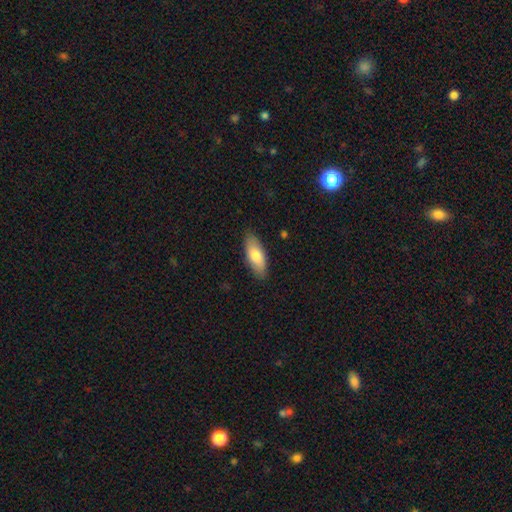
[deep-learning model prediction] smooth_or_featured: smooth (p=0.76) [alt: featured or disk p=0.18]
how_rounded: in between (p=0.79) [alt: cigar-shaped p=0.19]
merging: none (p=0.86) [alt: minor disturbance p=0.11]